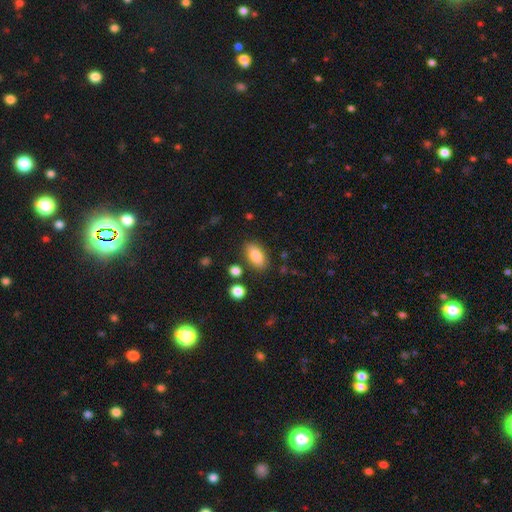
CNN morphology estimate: Smooth or featured? smooth (84%)
How rounded? in between (90%)
Merging? none (83%)